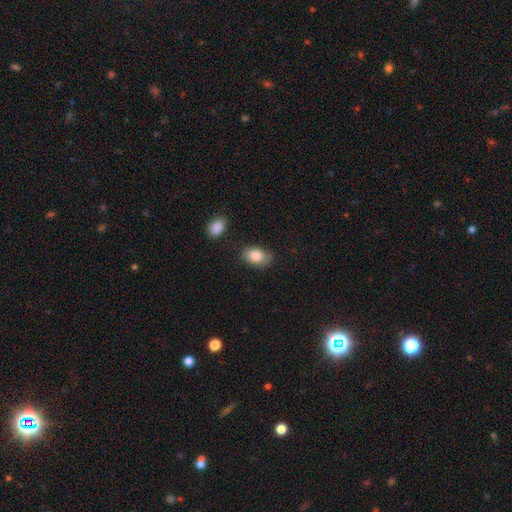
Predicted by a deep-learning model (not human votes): Smooth or featured?
  - smooth: 84% *
  - featured or disk: 8%
  - star or artifact: 8%
How rounded?
  - in between: 84% *
  - round: 15%
  - cigar-shaped: 1%
Merging?
  - none: 75% *
  - minor disturbance: 18%
  - major disturbance: 4%
  - merger: 4%